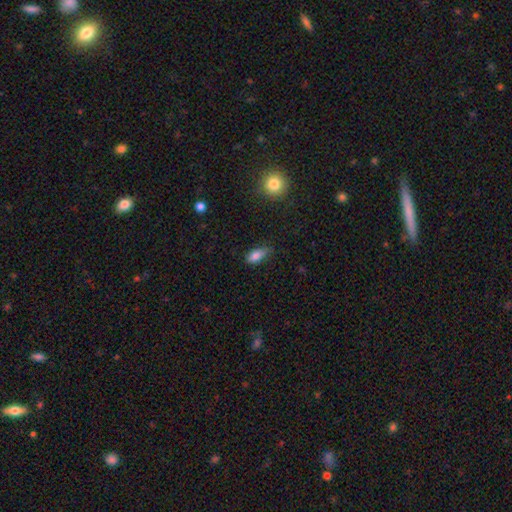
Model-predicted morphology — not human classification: Overall: smooth (81%). How rounded: in between (83%). Merging: none (61%; minor disturbance 31%).